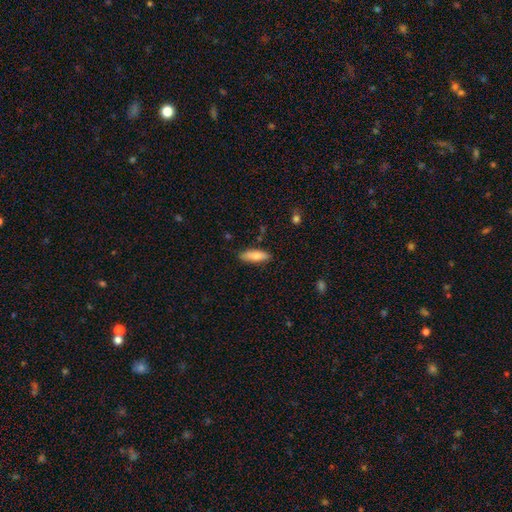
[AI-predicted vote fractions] Smooth or featured? Predicted: smooth (p=0.79). How rounded? Predicted: in between (p=0.57). Merging? Predicted: none (p=0.83).